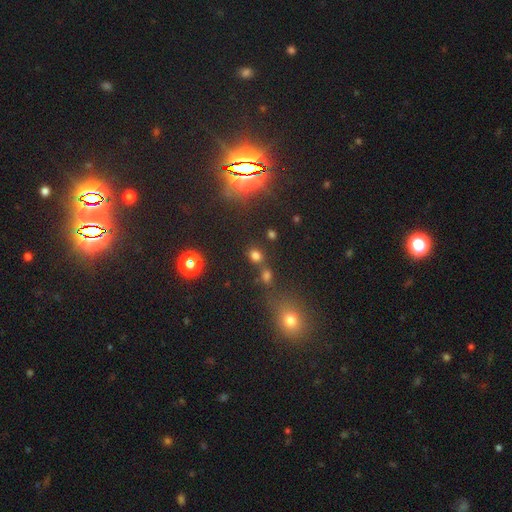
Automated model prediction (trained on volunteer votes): This appears to be a smooth galaxy with no disk features (69%) that is round (63%). Merging: none (68%).